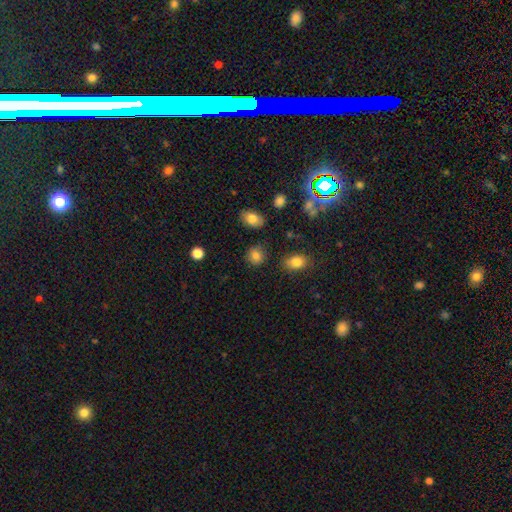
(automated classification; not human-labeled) Smooth or featured? Predicted: smooth (p=0.82). How rounded? Predicted: round (p=0.76). Merging? Predicted: none (p=0.84).